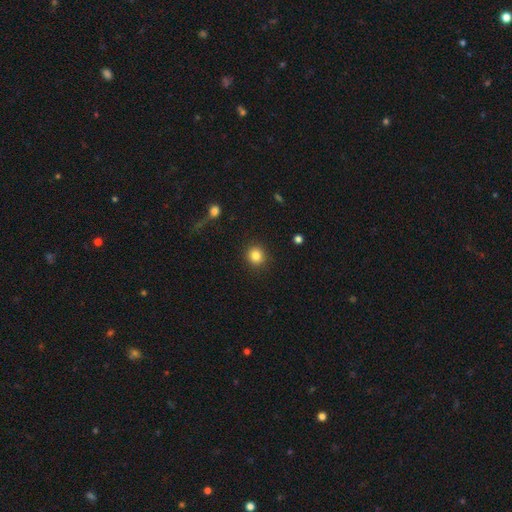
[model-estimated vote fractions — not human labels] Smooth or featured: smooth — 84% (star or artifact — 11%)
How rounded: round — 91% (in between — 8%)
Merging: none — 91% (minor disturbance — 6%)